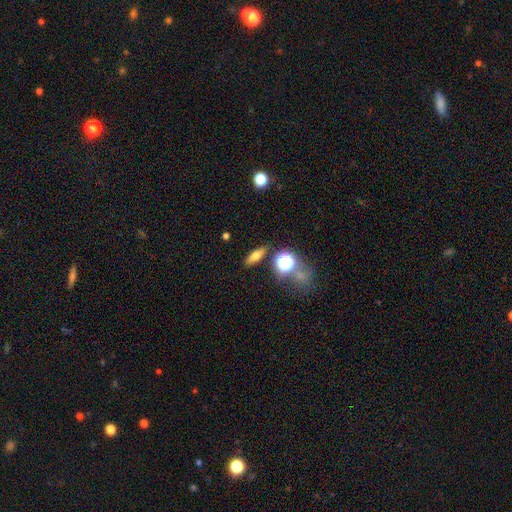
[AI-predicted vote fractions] This appears to be a smooth galaxy with no disk features (56%) that is in between round and cigar-shaped (49%). Merging: none (83%).